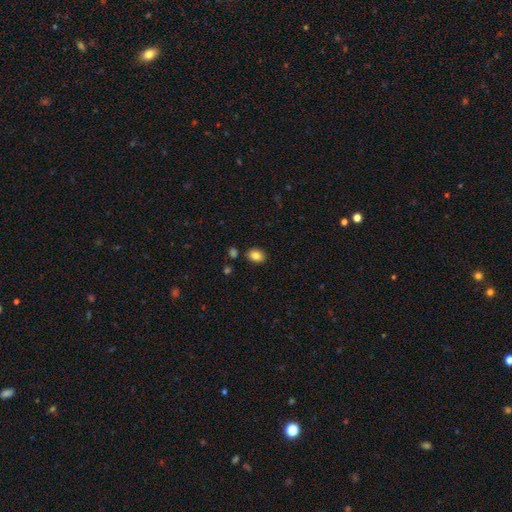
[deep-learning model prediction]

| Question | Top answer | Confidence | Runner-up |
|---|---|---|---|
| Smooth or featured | smooth | 85% | star or artifact (9%) |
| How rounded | in between | 69% | round (30%) |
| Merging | none | 85% | minor disturbance (9%) |